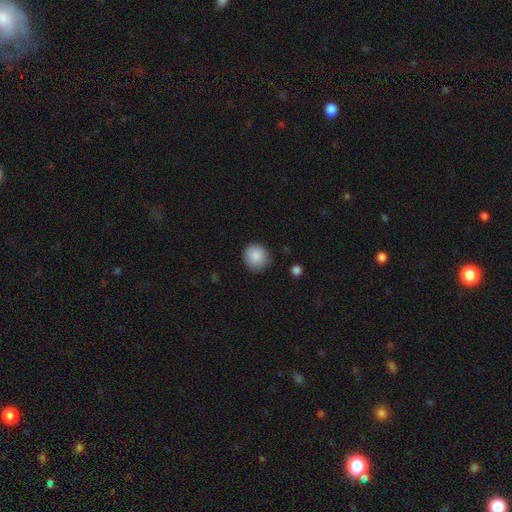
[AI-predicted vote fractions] A smooth galaxy with no disk features (88%) that is round (90%). Merging: none (85%).